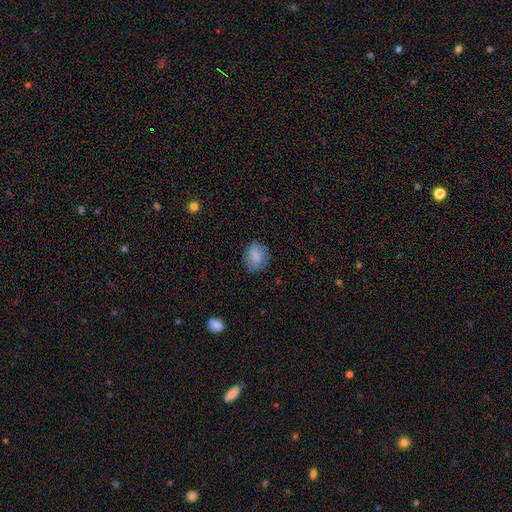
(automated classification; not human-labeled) smooth_or_featured: smooth (p=0.82) [alt: featured or disk p=0.10]
how_rounded: in between (p=0.59) [alt: round p=0.39]
merging: none (p=0.75) [alt: minor disturbance p=0.19]